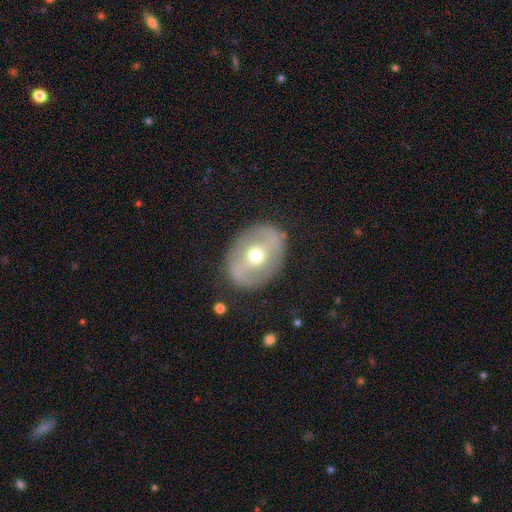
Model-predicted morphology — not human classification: featured or disk 62%, smooth 33%, star or artifact 6%. Down the decision tree: edge-on disk — no (92%); bar — strong (36%); spiral arms — no (72%); bulge size — moderate (77%); merging — none (84%).